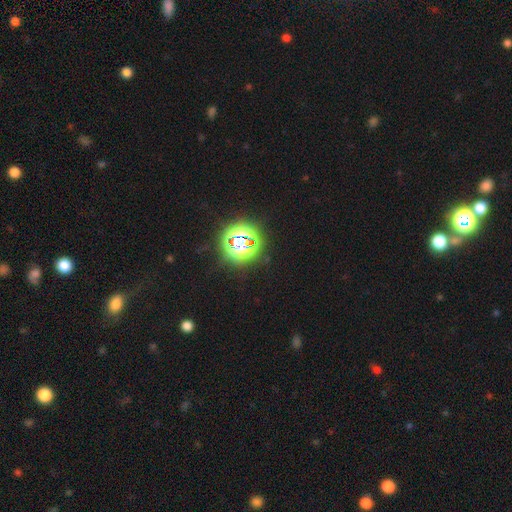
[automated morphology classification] smooth_or_featured: star or artifact (p=0.77) [alt: smooth p=0.17]